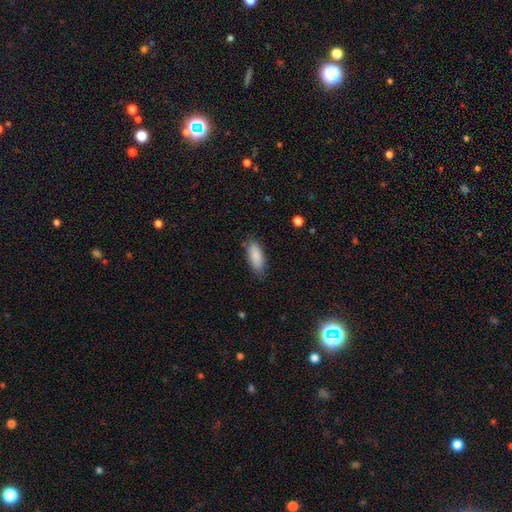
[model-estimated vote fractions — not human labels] This is clearly a smooth galaxy (88%). How rounded: likely in between (79%). Merging: clearly none (80%).